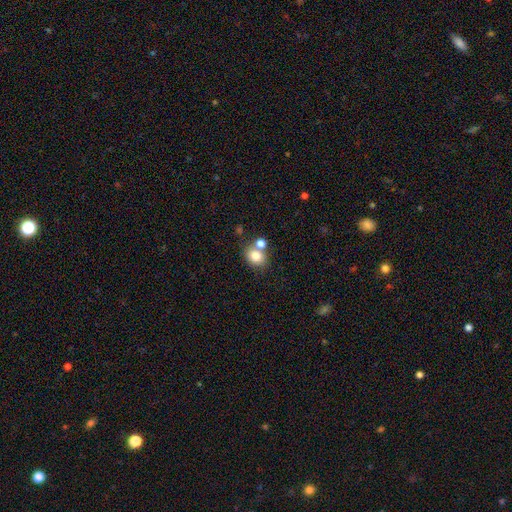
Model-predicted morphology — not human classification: Smooth or featured?
  - smooth: 79% *
  - star or artifact: 11%
  - featured or disk: 10%
How rounded?
  - round: 57% *
  - in between: 42%
  - cigar-shaped: 1%
Merging?
  - none: 56% *
  - merger: 30%
  - minor disturbance: 10%
  - major disturbance: 4%